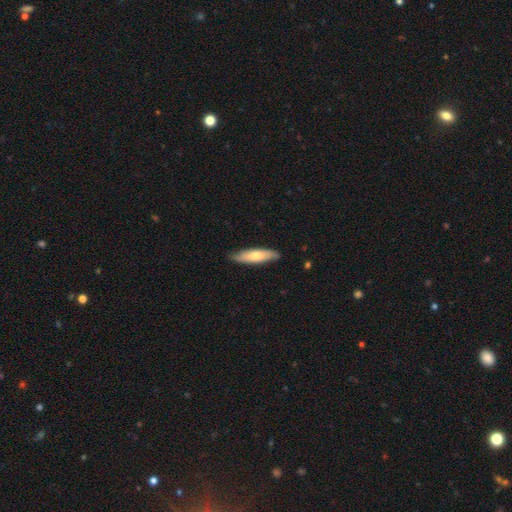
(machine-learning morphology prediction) smooth-or-featured: smooth: 65% | featured or disk: 30% | star or artifact: 5%
  how-rounded: cigar-shaped: 67% | in between: 31% | round: 2%
  merging: none: 82% | minor disturbance: 15% | major disturbance: 2% | merger: 1%